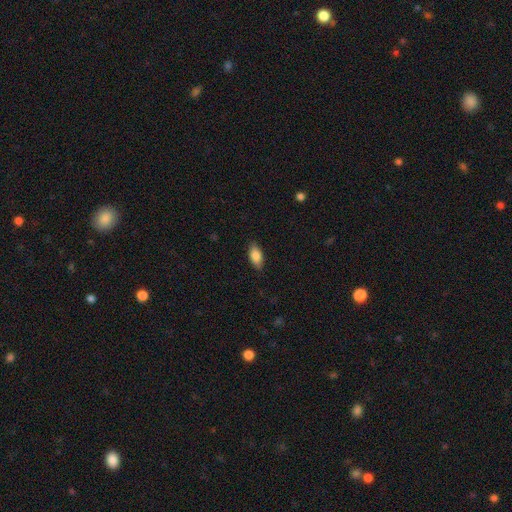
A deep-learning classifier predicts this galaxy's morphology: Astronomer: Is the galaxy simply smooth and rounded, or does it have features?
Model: smooth — 85%.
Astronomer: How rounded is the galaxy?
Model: in between — 89%.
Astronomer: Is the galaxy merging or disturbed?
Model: none — 86%.